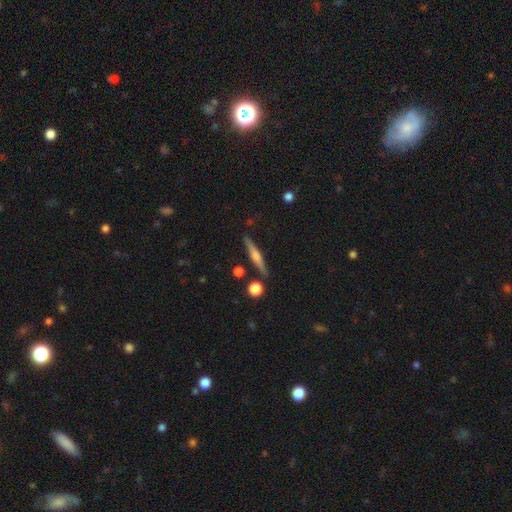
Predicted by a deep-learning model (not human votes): Smooth or featured? Predicted: featured or disk (p=0.68). Edge-on disk? Predicted: yes (p=0.98). Edge-on bulge? Predicted: rounded (p=0.77). Merging? Predicted: none (p=0.88).